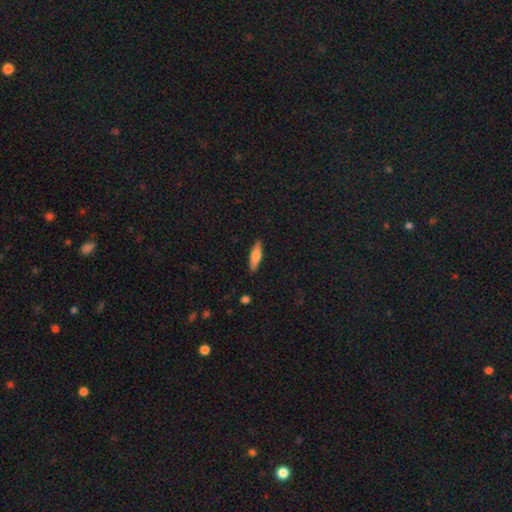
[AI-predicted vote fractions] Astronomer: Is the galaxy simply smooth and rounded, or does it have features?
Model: smooth — 65%.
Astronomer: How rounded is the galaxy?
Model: cigar-shaped — 61% (runner-up: in between, 37%).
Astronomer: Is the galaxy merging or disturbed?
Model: none — 88%.